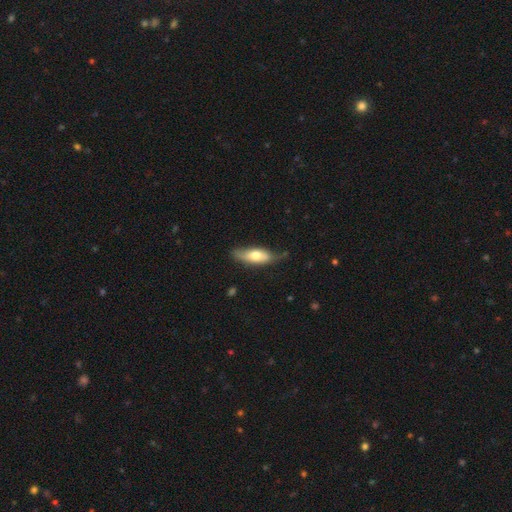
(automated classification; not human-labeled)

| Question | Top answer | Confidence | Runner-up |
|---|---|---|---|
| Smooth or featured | smooth | 64% | featured or disk (31%) |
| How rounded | in between | 67% | cigar-shaped (30%) |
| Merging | none | 65% | minor disturbance (27%) |